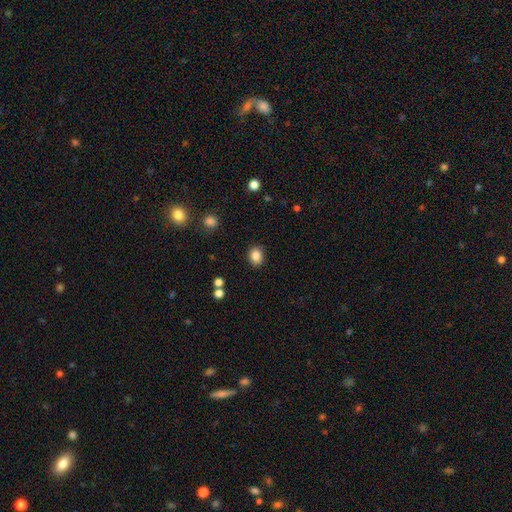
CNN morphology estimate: Smooth or featured? smooth (85%)
How rounded? in between (51%)
Merging? none (88%)